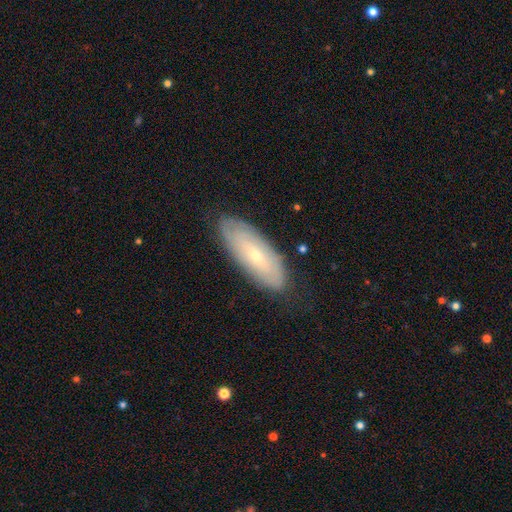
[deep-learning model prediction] smooth_or_featured: featured or disk (p=0.48) [alt: smooth p=0.44]
merging: none (p=0.80) [alt: minor disturbance p=0.15]